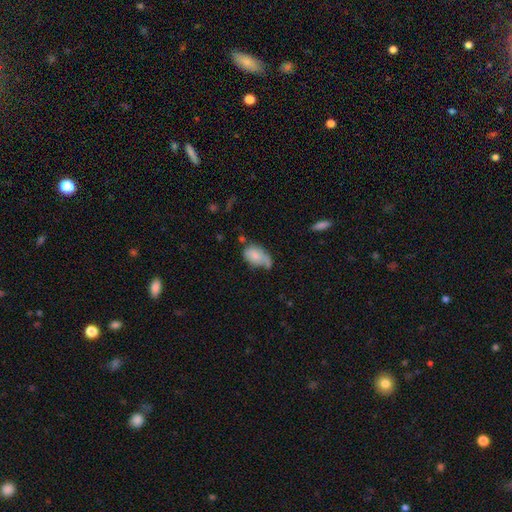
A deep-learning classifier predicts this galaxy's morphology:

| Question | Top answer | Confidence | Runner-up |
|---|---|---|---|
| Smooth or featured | smooth | 73% | featured or disk (19%) |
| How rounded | in between | 89% | round (9%) |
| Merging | minor disturbance | 35% | none (30%) |